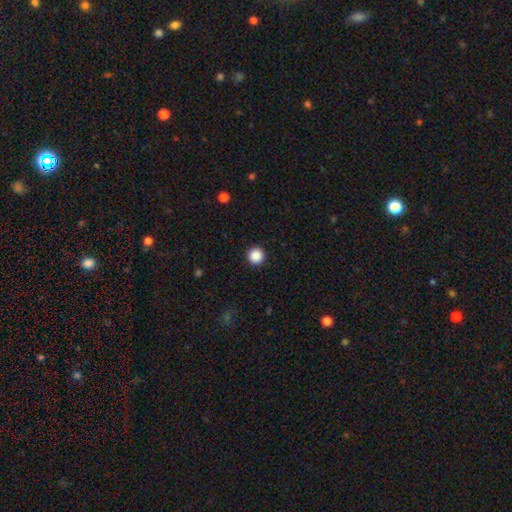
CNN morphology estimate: A smooth galaxy with no disk features (88%) that is round (96%).

Vote fractions:
- Smooth or featured? smooth: 88% / star or artifact: 10% / featured or disk: 2%
- How rounded? round: 96% / in between: 3% / cigar-shaped: 1%
- Merging? none: 93% / minor disturbance: 4% / major disturbance: 2% / merger: 1%